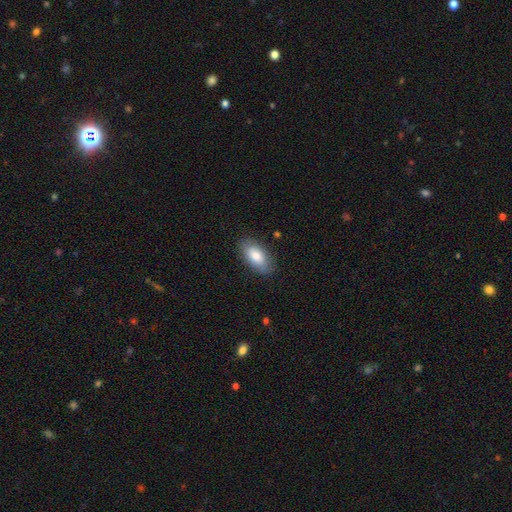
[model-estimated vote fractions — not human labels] Q: Smooth or featured?
A: smooth (81%); runner-up: featured or disk (13%)
Q: How rounded?
A: in between (92%); runner-up: cigar-shaped (5%)
Q: Merging?
A: none (86%); runner-up: minor disturbance (11%)